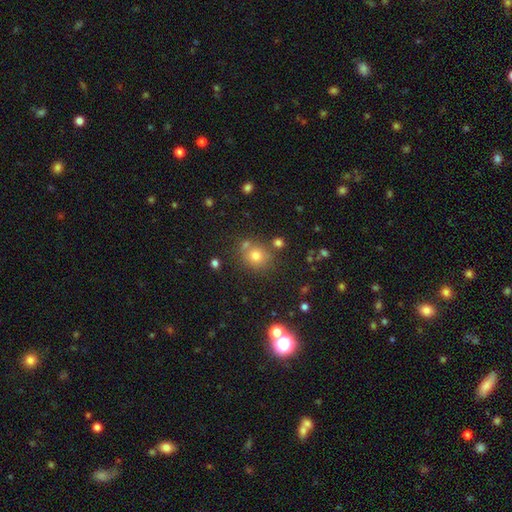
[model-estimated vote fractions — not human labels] Smooth or featured? Predicted: smooth (p=0.70). How rounded? Predicted: round (p=0.85). Merging? Predicted: none (p=0.73).